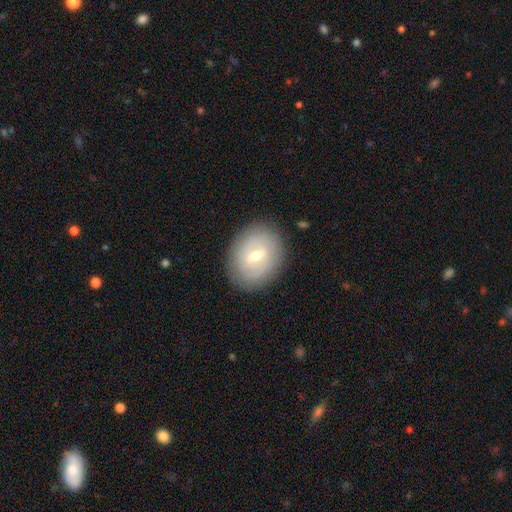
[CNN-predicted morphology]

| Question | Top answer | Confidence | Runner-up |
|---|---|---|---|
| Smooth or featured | featured or disk | 56% | smooth (37%) |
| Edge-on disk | no | 93% | yes (7%) |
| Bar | weak | 54% | no (24%) |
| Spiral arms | no | 58% | yes (42%) |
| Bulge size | moderate | 54% | small (42%) |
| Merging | none | 84% | minor disturbance (11%) |